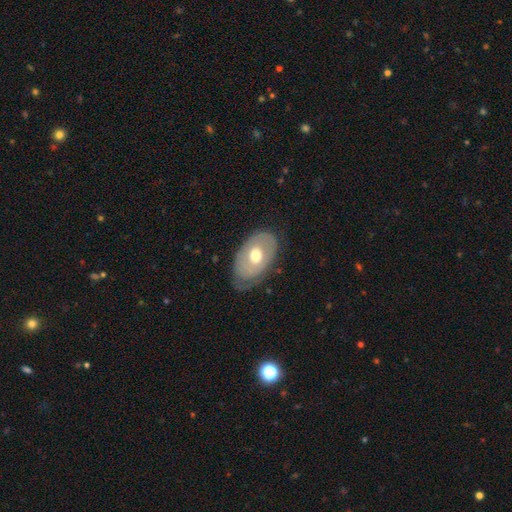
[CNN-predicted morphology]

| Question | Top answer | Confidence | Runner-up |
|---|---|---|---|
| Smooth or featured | smooth | 49% | featured or disk (45%) |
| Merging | none | 64% | minor disturbance (26%) |